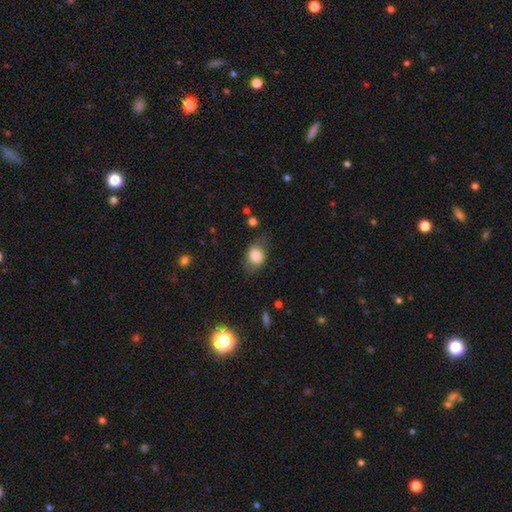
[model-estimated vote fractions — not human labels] A smooth galaxy with no disk features (78%) that is in between round and cigar-shaped (62%). Merging: none (62%).